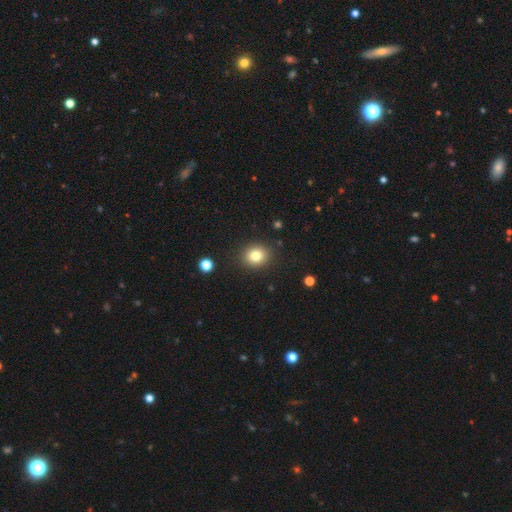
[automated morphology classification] smooth_or_featured: smooth (p=0.81) [alt: star or artifact p=0.11]
how_rounded: round (p=0.72) [alt: in between p=0.27]
merging: none (p=0.89) [alt: minor disturbance p=0.07]